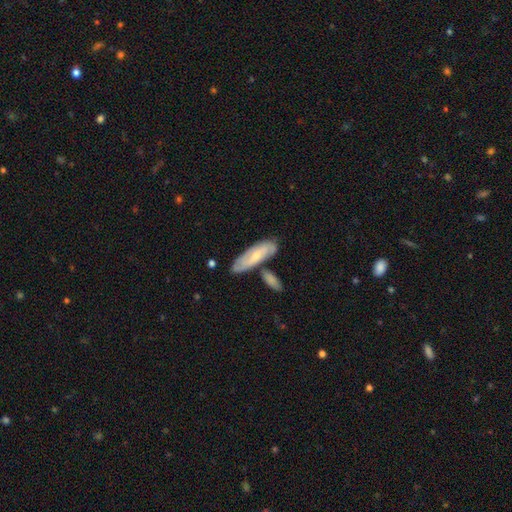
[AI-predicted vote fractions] A featured or disk galaxy (52%). Merging: none (67%).